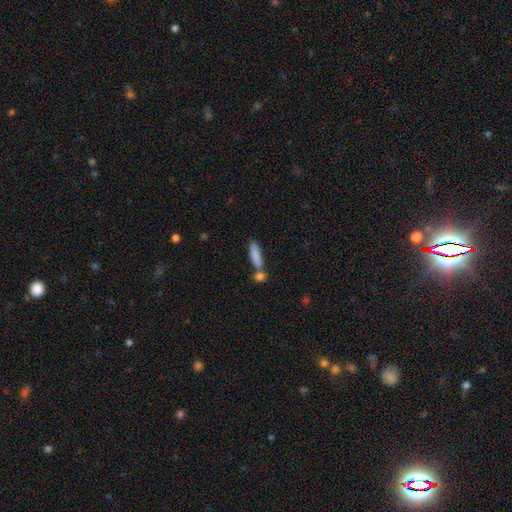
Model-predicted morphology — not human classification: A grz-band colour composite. It shows a smooth galaxy with no disk features (85%) that is cigar-shaped (59%). Merging: none (58%).